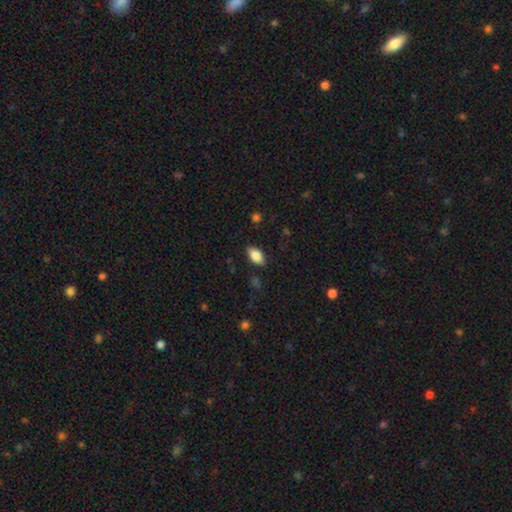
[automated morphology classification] Smooth or featured?
  - smooth: 85% *
  - star or artifact: 8%
  - featured or disk: 7%
How rounded?
  - in between: 92% *
  - round: 5%
  - cigar-shaped: 3%
Merging?
  - none: 85% *
  - minor disturbance: 11%
  - major disturbance: 3%
  - merger: 1%